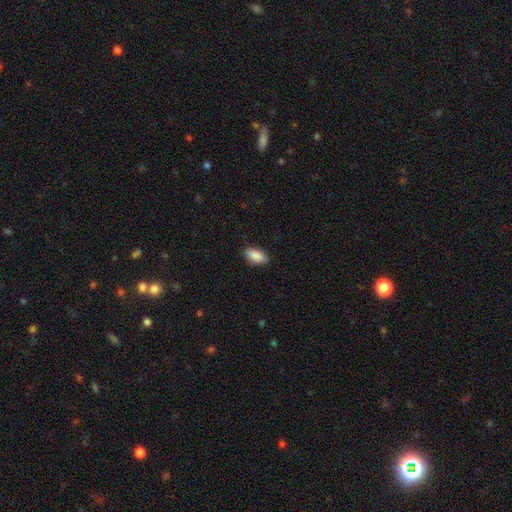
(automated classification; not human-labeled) A smooth galaxy with no disk features (89%) that is in between round and cigar-shaped (92%).

Vote fractions:
- Smooth or featured? smooth: 89% / star or artifact: 6% / featured or disk: 5%
- How rounded? in between: 92% / cigar-shaped: 5% / round: 3%
- Merging? none: 87% / minor disturbance: 10% / major disturbance: 2% / merger: 1%